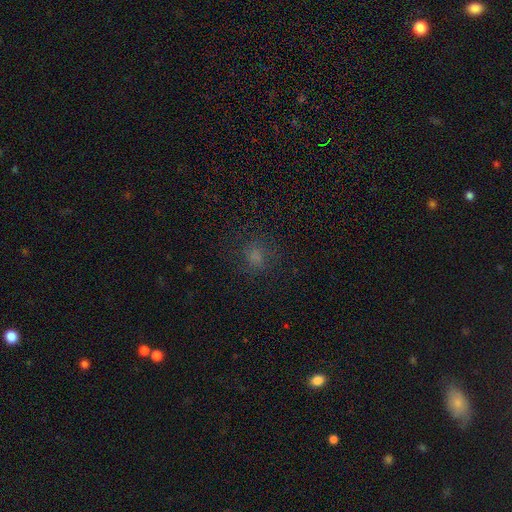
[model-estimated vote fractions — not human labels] Smooth or featured: smooth — 64% (star or artifact — 23%)
How rounded: round — 72% (in between — 27%)
Merging: none — 75% (minor disturbance — 14%)